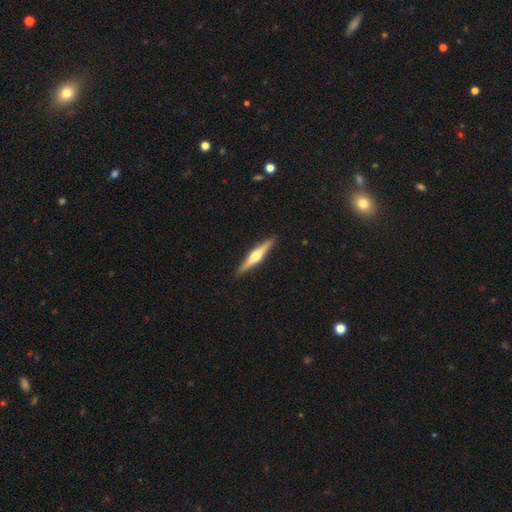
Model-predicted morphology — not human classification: This appears to be a featured or disk galaxy (73%) viewed edge-on (98%) with a rounded central bulge (93%). Merging: none (92%).